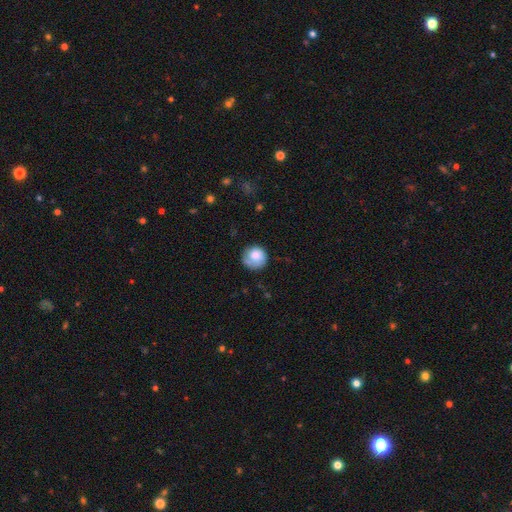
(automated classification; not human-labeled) Morphology: type=smooth (76%); roundness=round (89%); merging=none (67%).